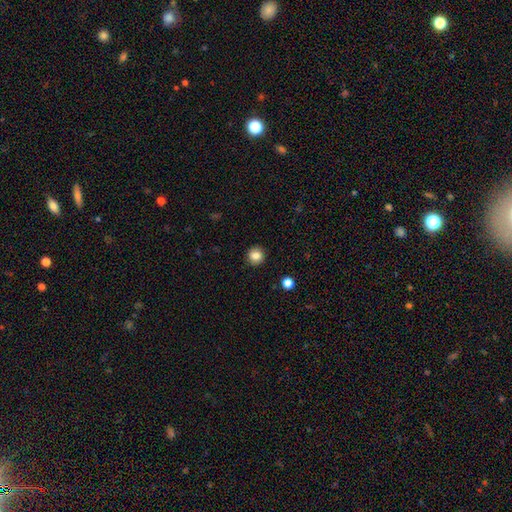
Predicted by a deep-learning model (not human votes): smooth_or_featured: smooth (p=0.85) [alt: star or artifact p=0.10]
how_rounded: round (p=0.93) [alt: in between p=0.06]
merging: none (p=0.92) [alt: minor disturbance p=0.05]